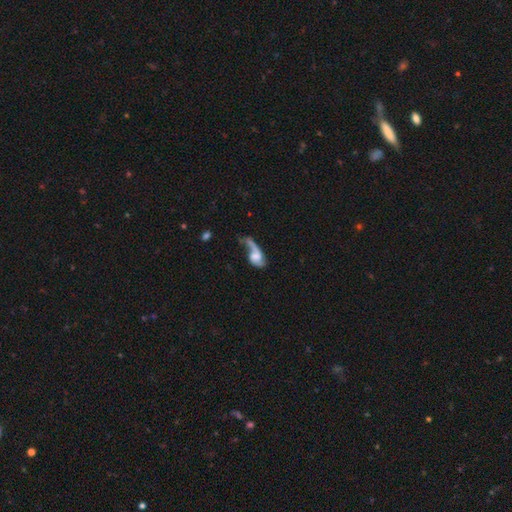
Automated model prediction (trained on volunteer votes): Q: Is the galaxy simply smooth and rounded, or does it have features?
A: featured or disk — 64%.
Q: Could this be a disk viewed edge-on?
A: no — 94%.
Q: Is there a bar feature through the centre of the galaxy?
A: no — 60%.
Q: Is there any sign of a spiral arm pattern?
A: yes — 84%.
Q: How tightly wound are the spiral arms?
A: loose — 78%.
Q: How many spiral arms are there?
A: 2 — 47%, tied with 1.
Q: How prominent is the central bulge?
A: moderate — 30%.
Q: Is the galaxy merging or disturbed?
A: major disturbance — 43%.